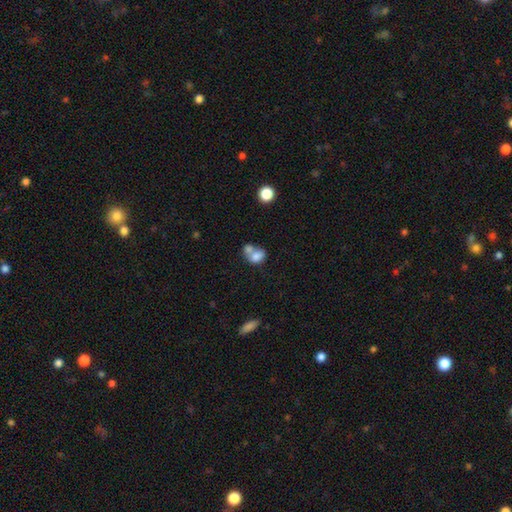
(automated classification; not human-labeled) Smooth or featured? Predicted: smooth (p=0.75). How rounded? Predicted: in between (p=0.68). Merging? Predicted: merger (p=0.64).